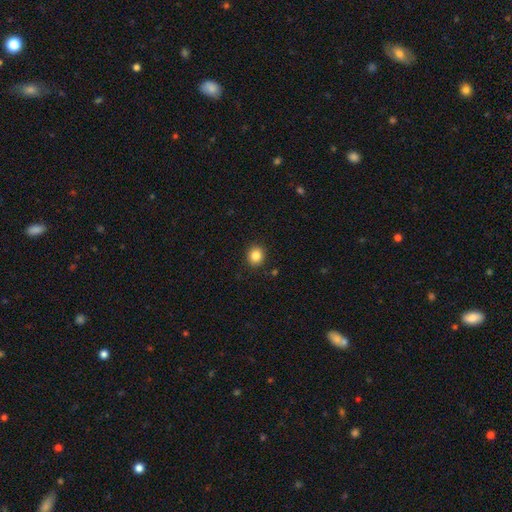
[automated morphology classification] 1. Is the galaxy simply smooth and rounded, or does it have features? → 85% smooth, 10% star or artifact, 5% featured or disk.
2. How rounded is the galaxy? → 82% round, 17% in between, 1% cigar-shaped.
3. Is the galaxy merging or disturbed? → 90% none, 6% minor disturbance, 2% major disturbance, 1% merger.